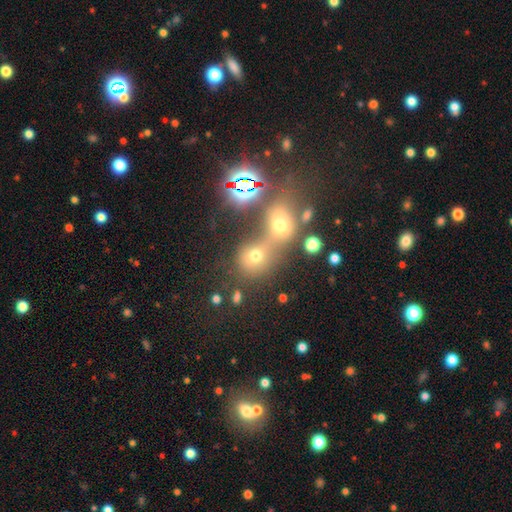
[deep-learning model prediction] This appears to be a smooth galaxy with no disk features (64%) that is round (72%). Merging: merger (54%).